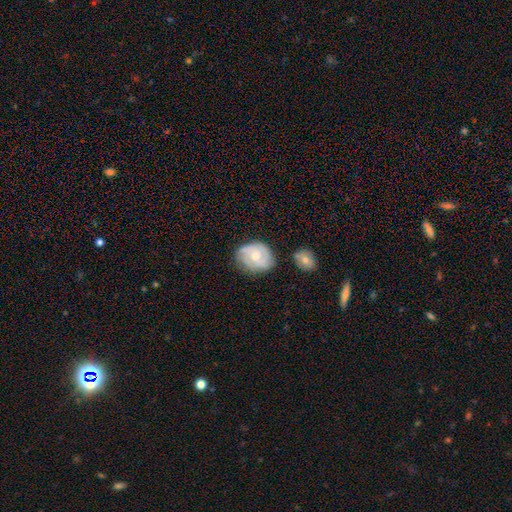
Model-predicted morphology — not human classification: smooth-or-featured: featured or disk: 63% | smooth: 31% | star or artifact: 6%
  disk-edge-on: no: 97% | yes: 3%
    bar: no: 72% | weak: 25% | strong: 3%
    has-spiral-arms: yes: 87% | no: 13%
      spiral-winding: tight: 54% | medium: 36% | loose: 10%
      spiral-arm-count: 3: 33% | 2: 29% | can't tell: 25% | 4: 6% | 1: 4% | more than 4: 3%
    bulge-size: moderate: 55% | small: 39% | large: 3% | none: 2% | dominant: 1%
  merging: none: 66% | minor disturbance: 22% | major disturbance: 6% | merger: 6%